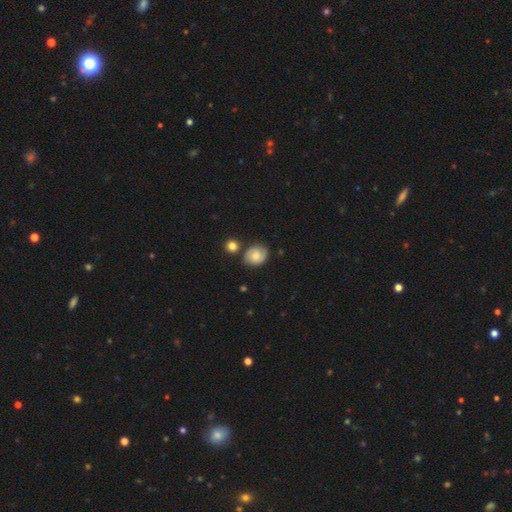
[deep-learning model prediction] This is possibly a smooth galaxy (54%). How rounded: likely round (68%). Merging: likely none (73%).